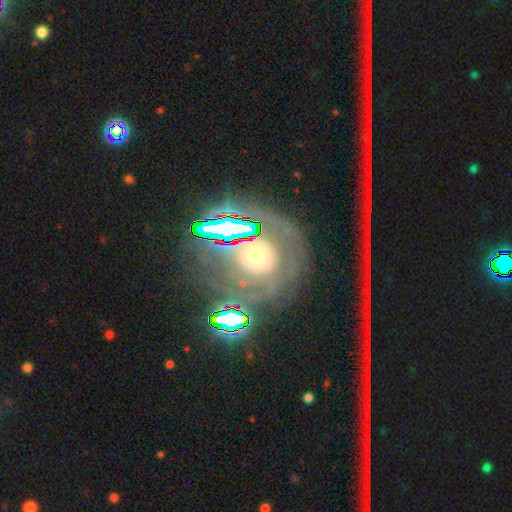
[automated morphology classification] Smooth or featured? featured or disk (56%)
Edge-on disk? no (94%)
Bar? no (70%)
Spiral arms? yes (64%)
Bulge size? moderate (49%)
Merging? none (58%)